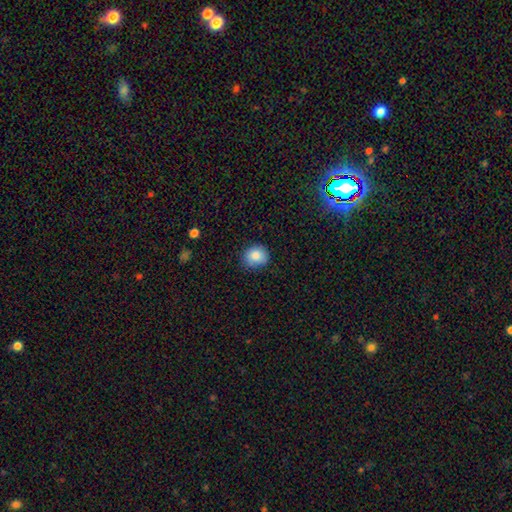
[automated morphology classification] smooth-or-featured: smooth: 85% | star or artifact: 9% | featured or disk: 6%
  how-rounded: round: 76% | in between: 23% | cigar-shaped: 1%
  merging: none: 76% | minor disturbance: 20% | major disturbance: 3% | merger: 1%